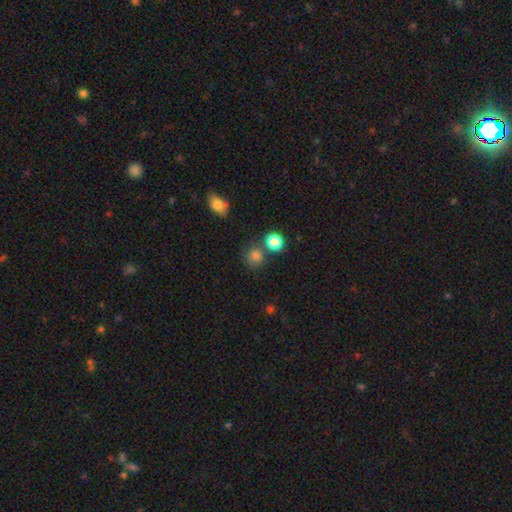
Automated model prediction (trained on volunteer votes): smooth_or_featured: smooth (p=0.79) [alt: star or artifact p=0.15]
how_rounded: round (p=0.86) [alt: in between p=0.13]
merging: none (p=0.68) [alt: merger p=0.15]